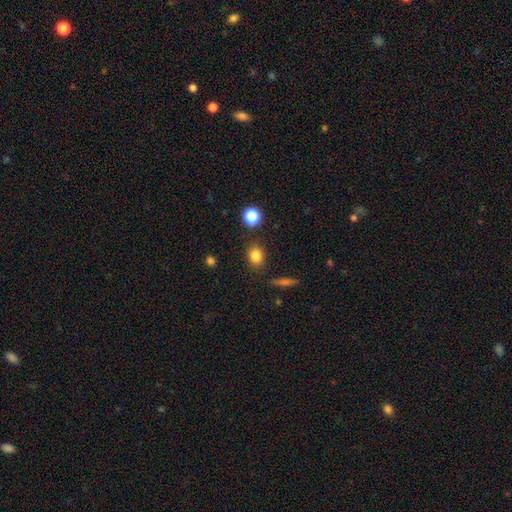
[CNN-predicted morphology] Smooth or featured? Predicted: smooth (p=0.83). How rounded? Predicted: round (p=0.59). Merging? Predicted: none (p=0.85).